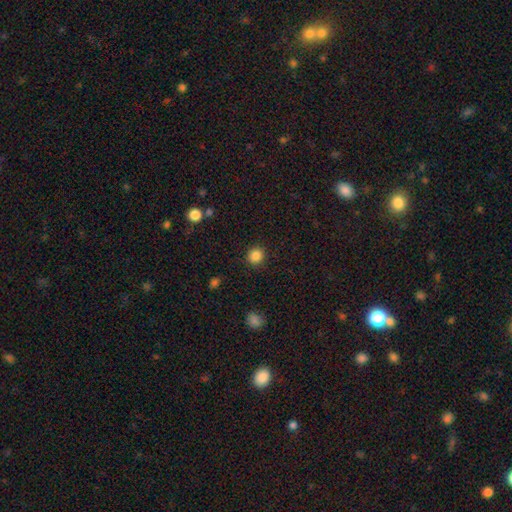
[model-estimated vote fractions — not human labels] smooth-or-featured: smooth: 86% | star or artifact: 11% | featured or disk: 3%
  how-rounded: round: 87% | in between: 12% | cigar-shaped: 1%
  merging: none: 90% | minor disturbance: 6% | major disturbance: 2% | merger: 1%